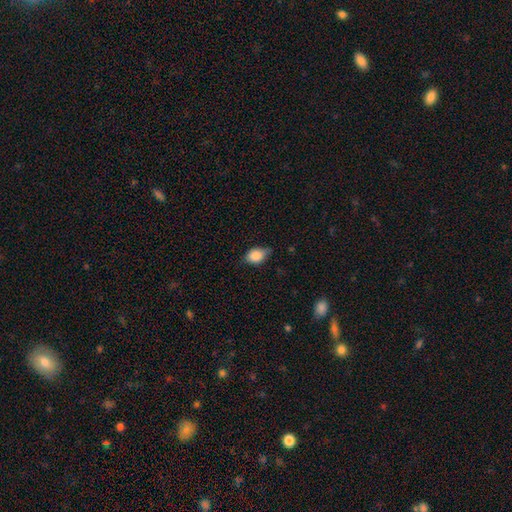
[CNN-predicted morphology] smooth-or-featured: smooth: 83% | featured or disk: 10% | star or artifact: 7%
  how-rounded: in between: 74% | round: 24% | cigar-shaped: 2%
  merging: none: 61% | minor disturbance: 32% | major disturbance: 6% | merger: 1%